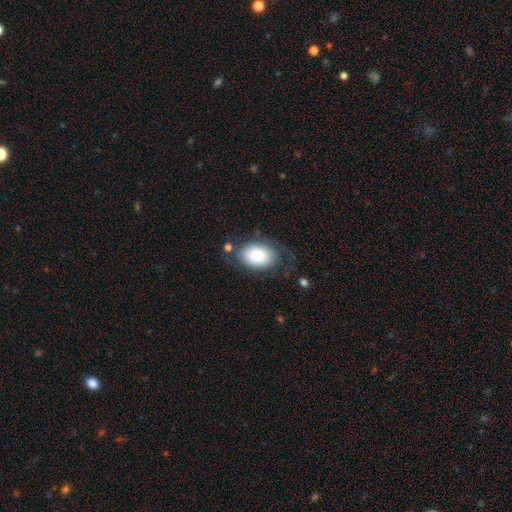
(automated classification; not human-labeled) The model was most divided on "merging": none: 56%, minor disturbance: 23%, major disturbance: 17%, merger: 4%. More confident: how rounded — in between (86%); smooth or featured — smooth (73%).